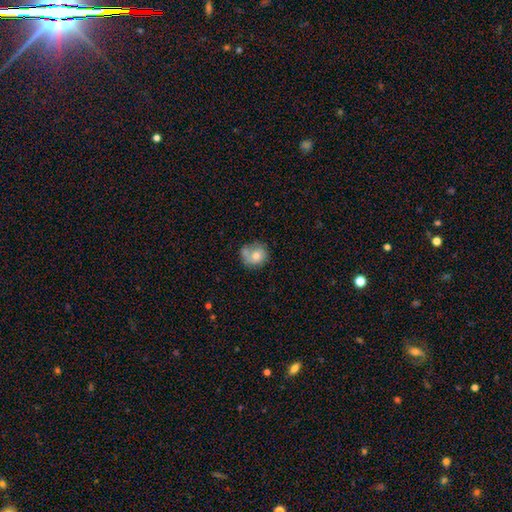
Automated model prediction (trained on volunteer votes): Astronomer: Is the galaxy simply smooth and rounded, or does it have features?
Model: smooth — 66%.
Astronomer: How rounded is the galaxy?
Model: round — 78%.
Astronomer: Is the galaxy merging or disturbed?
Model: none — 47% (runner-up: minor disturbance, 23%).